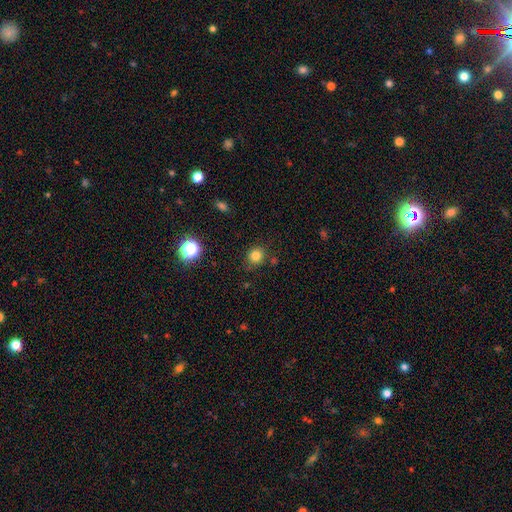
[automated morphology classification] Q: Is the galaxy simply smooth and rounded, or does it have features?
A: smooth — 81%.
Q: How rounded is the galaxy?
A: round — 85%.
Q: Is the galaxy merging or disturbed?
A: none — 83%.